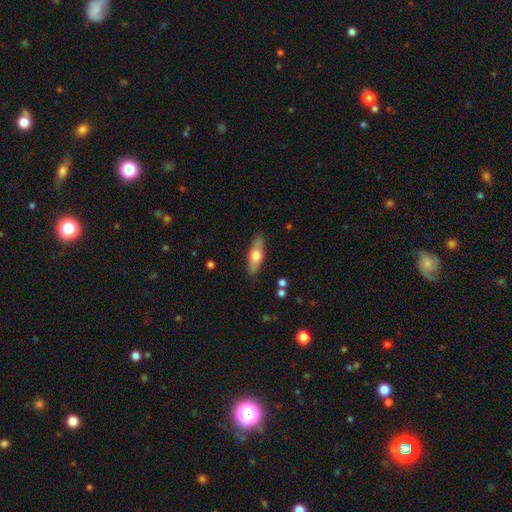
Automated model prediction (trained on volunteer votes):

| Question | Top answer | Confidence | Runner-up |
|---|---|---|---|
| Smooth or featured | smooth | 57% | featured or disk (37%) |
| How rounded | in between | 54% | cigar-shaped (43%) |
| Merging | none | 87% | minor disturbance (9%) |